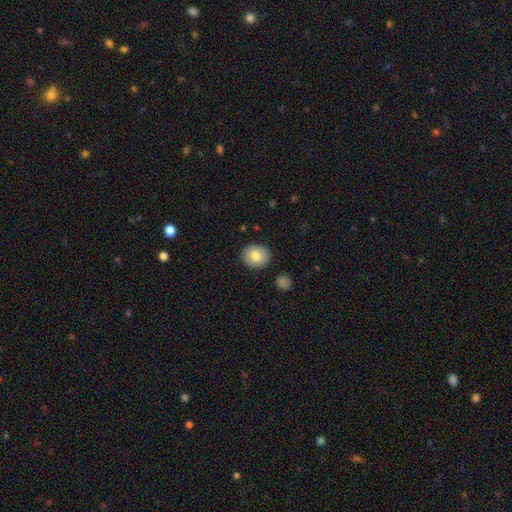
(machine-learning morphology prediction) This is clearly a smooth galaxy (80%). How rounded: likely round (74%). Merging: clearly none (88%).